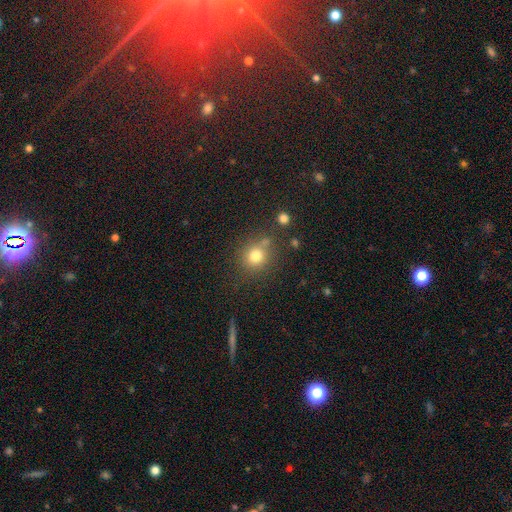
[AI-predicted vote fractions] The model was most divided on "merging": none: 73%, minor disturbance: 12%, merger: 10%, major disturbance: 5%. More confident: how rounded — round (87%); smooth or featured — smooth (78%).